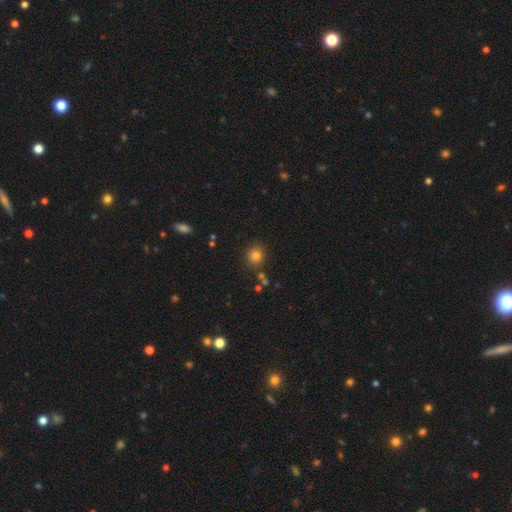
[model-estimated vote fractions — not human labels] A smooth galaxy with no disk features (79%) that is round (88%). Merging: none (84%).